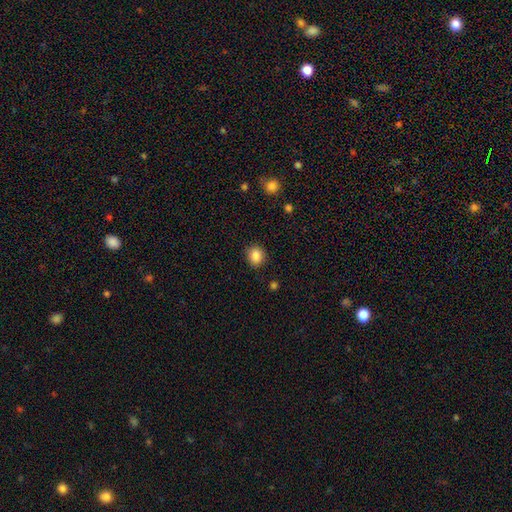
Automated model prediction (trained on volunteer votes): A smooth galaxy with no disk features (86%) that is round (71%).

Vote fractions:
- Smooth or featured? smooth: 86% / star or artifact: 10% / featured or disk: 4%
- How rounded? round: 71% / in between: 28% / cigar-shaped: 1%
- Merging? none: 87% / minor disturbance: 9% / major disturbance: 2% / merger: 1%